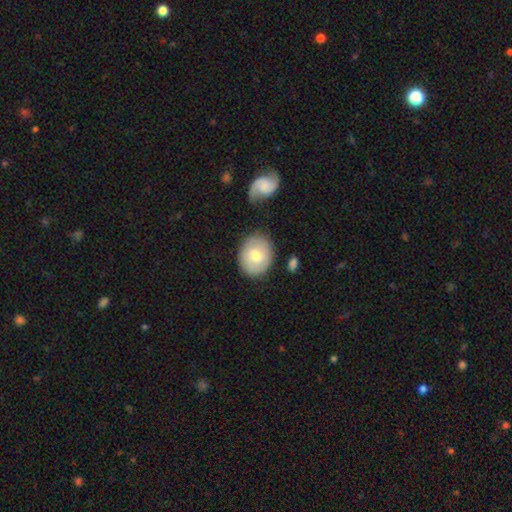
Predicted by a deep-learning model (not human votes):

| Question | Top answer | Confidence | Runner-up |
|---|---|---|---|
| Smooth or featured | smooth | 63% | featured or disk (31%) |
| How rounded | round | 61% | in between (38%) |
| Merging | none | 80% | minor disturbance (13%) |